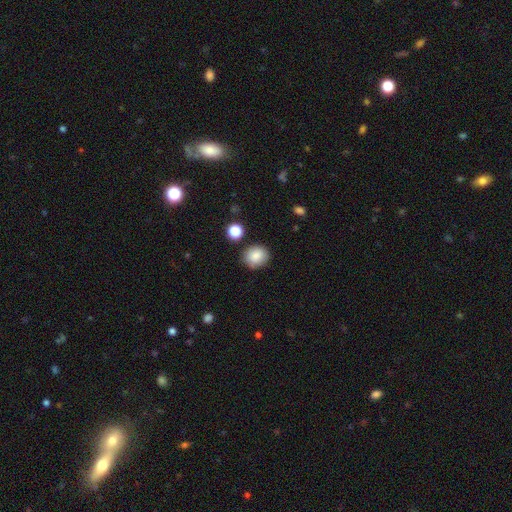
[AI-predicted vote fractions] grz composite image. It shows a smooth galaxy with no disk features (86%) that is round (71%). Merging: none (82%).